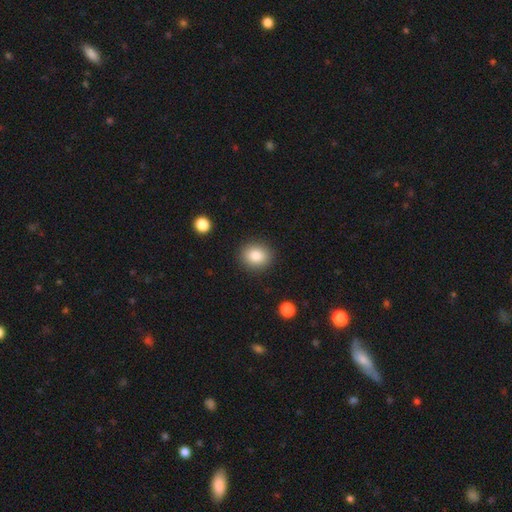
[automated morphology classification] Smooth or featured? smooth (84%)
How rounded? round (75%)
Merging? none (90%)